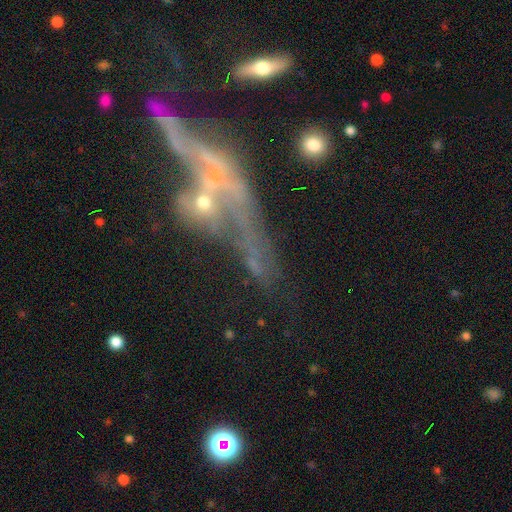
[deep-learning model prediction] A featured or disk galaxy (55%). Merging: merger (44%).